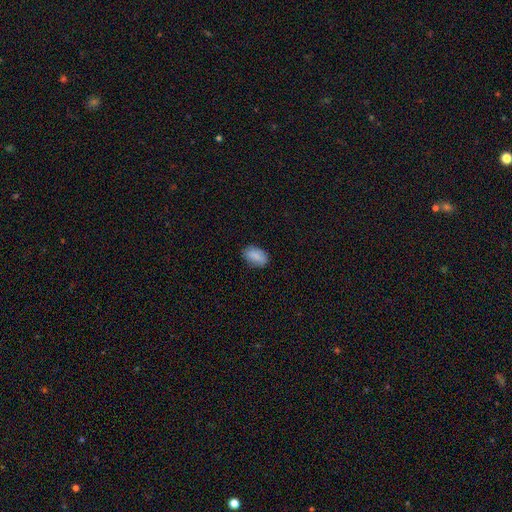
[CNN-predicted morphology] Smooth or featured?
  - smooth: 86% *
  - star or artifact: 8%
  - featured or disk: 6%
How rounded?
  - in between: 90% *
  - round: 8%
  - cigar-shaped: 2%
Merging?
  - none: 80% *
  - minor disturbance: 16%
  - major disturbance: 3%
  - merger: 1%